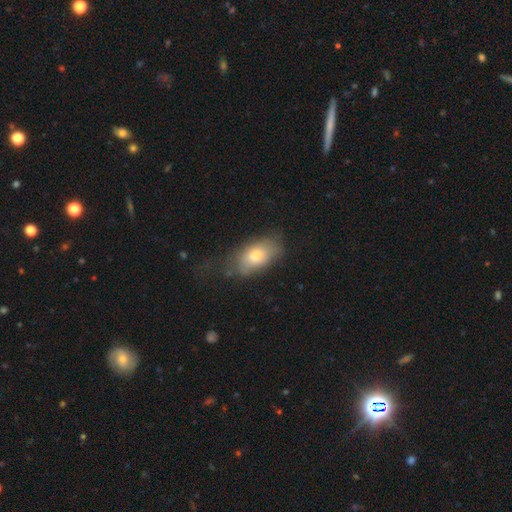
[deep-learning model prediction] The model was most divided on "merging": none: 55%, minor disturbance: 28%, major disturbance: 15%, merger: 2%. More confident: how rounded — in between (90%); smooth or featured — smooth (72%).